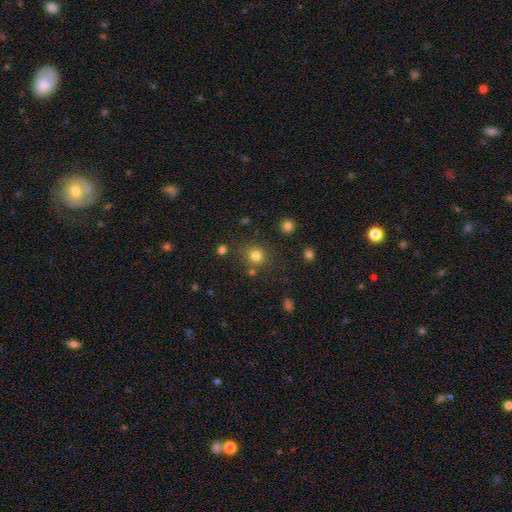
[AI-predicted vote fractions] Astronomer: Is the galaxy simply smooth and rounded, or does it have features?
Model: smooth — 79%.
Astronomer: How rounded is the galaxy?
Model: round — 88%.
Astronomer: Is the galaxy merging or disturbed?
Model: none — 79%.